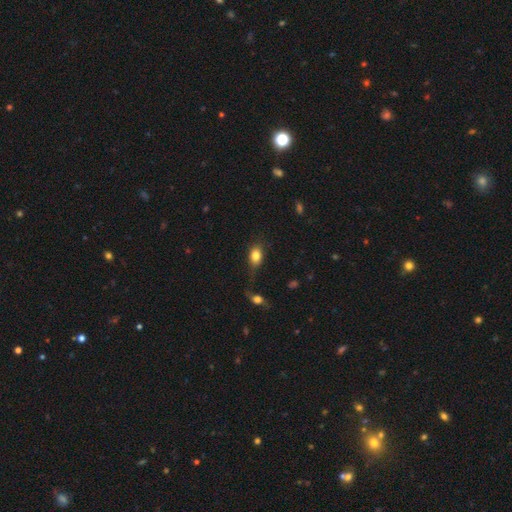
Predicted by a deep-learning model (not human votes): This is clearly a smooth galaxy (82%). How rounded: likely in between (77%). Merging: possibly none (60%).